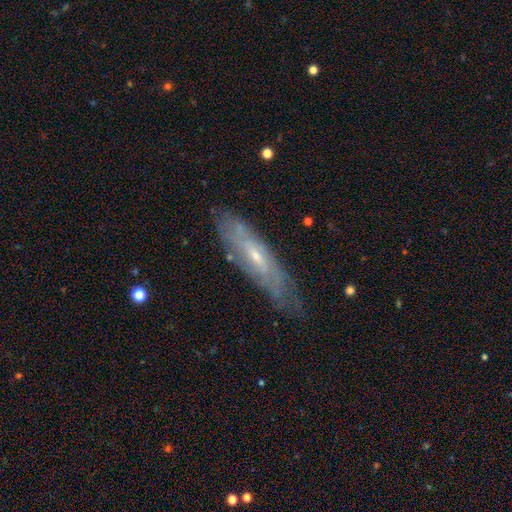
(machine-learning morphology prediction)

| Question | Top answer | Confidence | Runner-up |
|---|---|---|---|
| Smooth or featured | featured or disk | 68% | smooth (24%) |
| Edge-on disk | no | 58% | yes (42%) |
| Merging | none | 75% | minor disturbance (19%) |